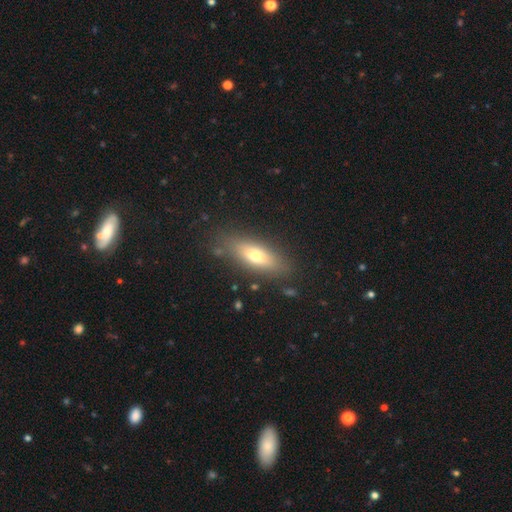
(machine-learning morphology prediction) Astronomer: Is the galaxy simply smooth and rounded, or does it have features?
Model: smooth — 62%.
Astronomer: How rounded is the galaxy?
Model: in between — 60% (runner-up: cigar-shaped, 36%).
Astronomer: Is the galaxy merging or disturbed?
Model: none — 81%.